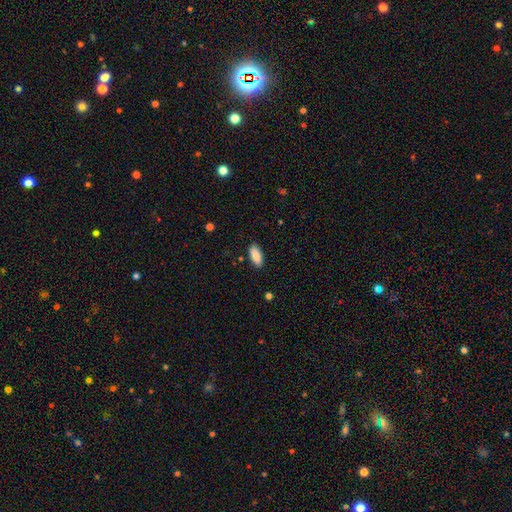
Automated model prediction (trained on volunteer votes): Smooth or featured? smooth (87%)
How rounded? in between (85%)
Merging? none (88%)